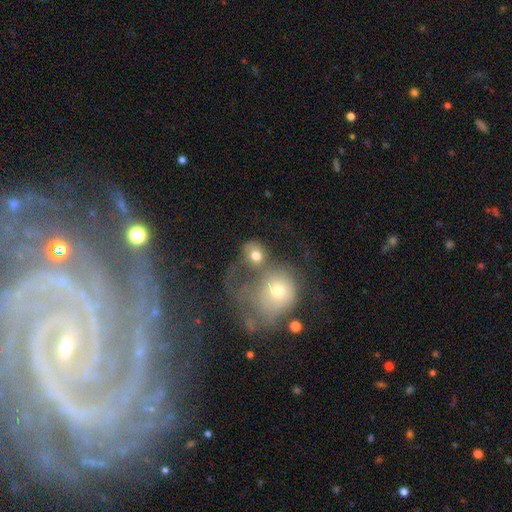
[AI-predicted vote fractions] Q: Smooth or featured?
A: smooth (67%); runner-up: featured or disk (22%)
Q: How rounded?
A: round (66%); runner-up: in between (33%)
Q: Merging?
A: merger (49%); runner-up: none (25%)